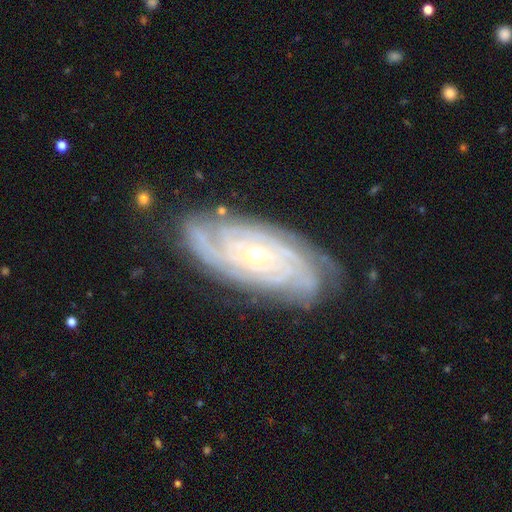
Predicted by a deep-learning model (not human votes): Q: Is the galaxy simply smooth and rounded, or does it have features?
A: featured or disk — 89%.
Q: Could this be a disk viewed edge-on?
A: no — 94%.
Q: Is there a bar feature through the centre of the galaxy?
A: no — 74%.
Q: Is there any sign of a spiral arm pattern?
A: yes — 97%.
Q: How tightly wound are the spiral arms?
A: tight — 83%.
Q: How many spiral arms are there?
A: can't tell — 26%.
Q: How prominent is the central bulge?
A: small — 53%.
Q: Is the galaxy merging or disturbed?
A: none — 77%.